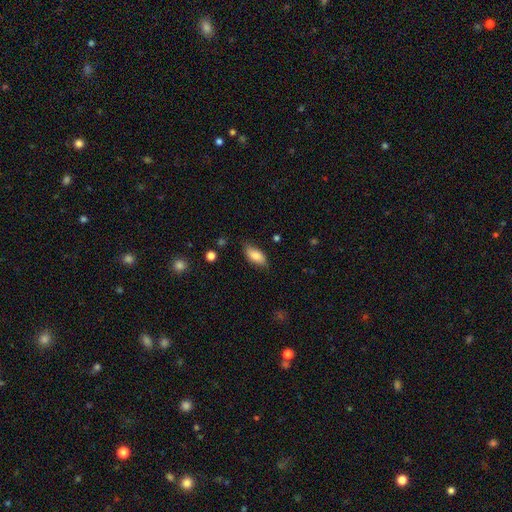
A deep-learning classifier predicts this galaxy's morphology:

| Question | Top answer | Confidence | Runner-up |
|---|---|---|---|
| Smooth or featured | smooth | 78% | featured or disk (15%) |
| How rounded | in between | 88% | cigar-shaped (9%) |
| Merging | none | 76% | minor disturbance (20%) |